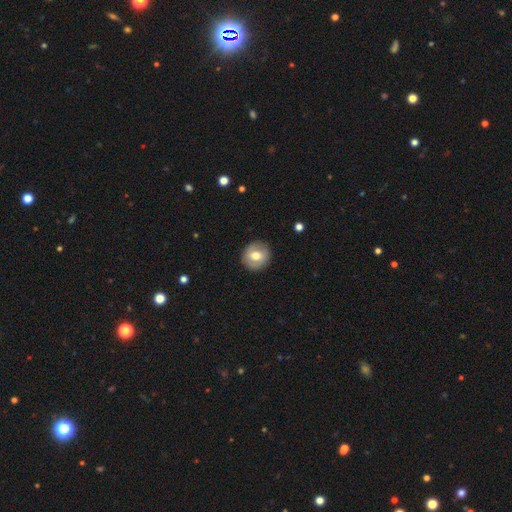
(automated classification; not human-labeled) smooth-or-featured: smooth: 59% | featured or disk: 34% | star or artifact: 7%
  how-rounded: round: 88% | in between: 11% | cigar-shaped: 1%
  merging: none: 88% | minor disturbance: 9% | major disturbance: 3% | merger: 1%